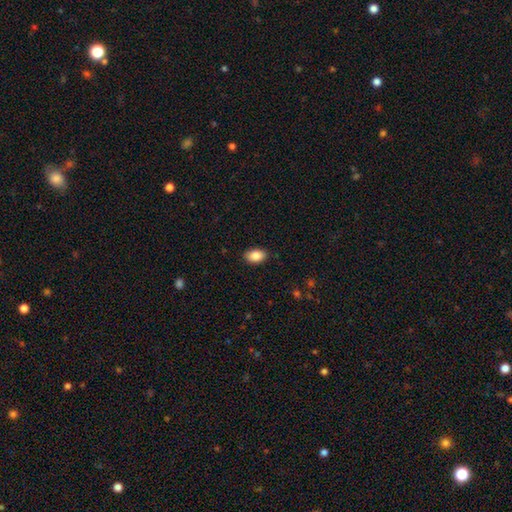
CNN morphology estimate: Q: Smooth or featured?
A: smooth (86%); runner-up: star or artifact (8%)
Q: How rounded?
A: in between (90%); runner-up: round (9%)
Q: Merging?
A: none (88%); runner-up: minor disturbance (9%)